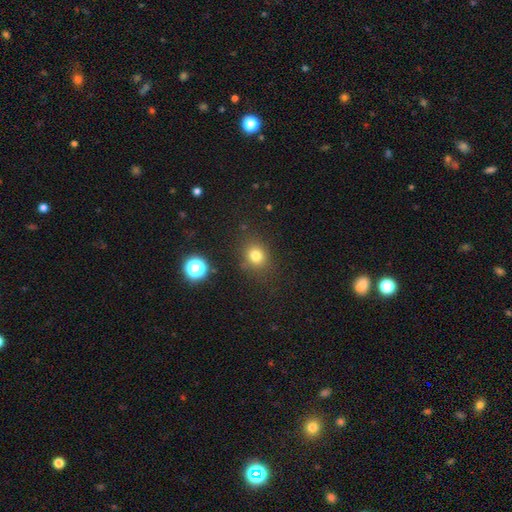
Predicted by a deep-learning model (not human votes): Q: Smooth or featured?
A: smooth (77%); runner-up: star or artifact (16%)
Q: How rounded?
A: round (76%); runner-up: in between (23%)
Q: Merging?
A: none (81%); runner-up: minor disturbance (12%)